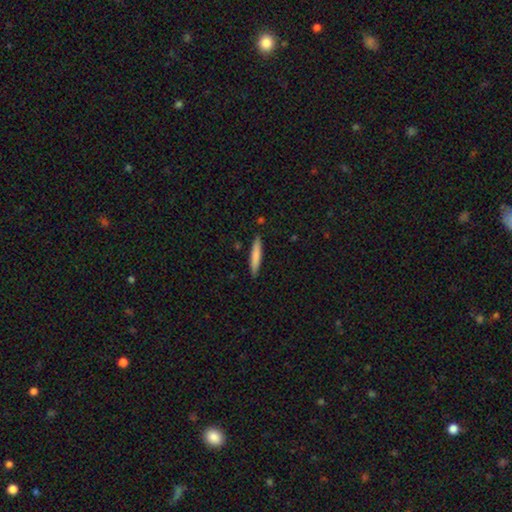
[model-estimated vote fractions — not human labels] Smooth or featured?
  - smooth: 78% *
  - featured or disk: 17%
  - star or artifact: 6%
How rounded?
  - cigar-shaped: 92% *
  - in between: 7%
  - round: 1%
Merging?
  - none: 88% *
  - minor disturbance: 9%
  - major disturbance: 2%
  - merger: 1%